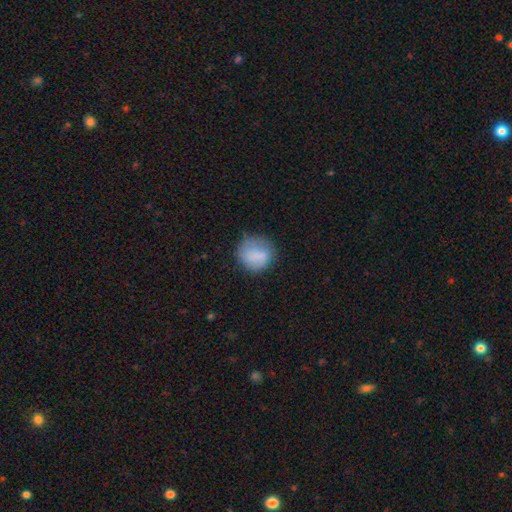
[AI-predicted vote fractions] Smooth or featured? Predicted: smooth (p=0.77). How rounded? Predicted: round (p=0.84). Merging? Predicted: none (p=0.63).